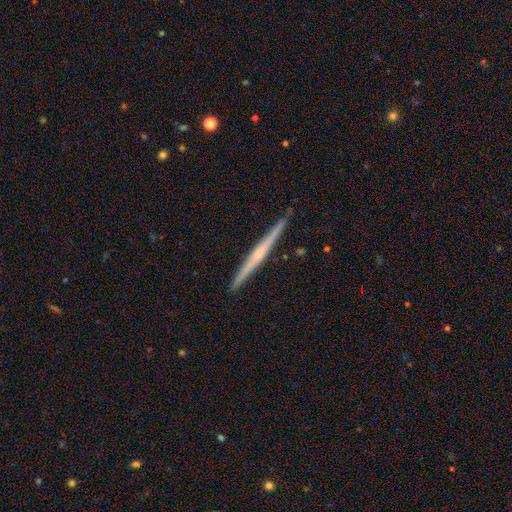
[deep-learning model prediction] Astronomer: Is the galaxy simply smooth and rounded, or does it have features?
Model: featured or disk — 68%.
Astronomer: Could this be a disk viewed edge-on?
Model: yes — 98%.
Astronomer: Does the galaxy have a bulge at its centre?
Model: none — 50% (runner-up: rounded, 43%).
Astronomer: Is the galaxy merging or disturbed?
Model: none — 92%.